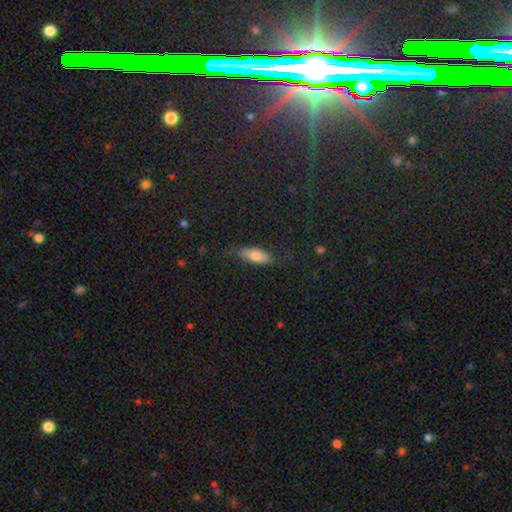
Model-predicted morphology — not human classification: smooth 71%, featured or disk 22%, star or artifact 7%. Down the decision tree: how rounded — in between (71%); merging — none (72%).